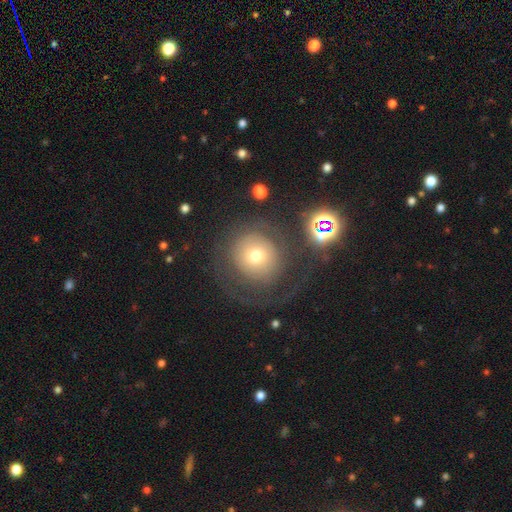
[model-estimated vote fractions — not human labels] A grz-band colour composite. It shows a smooth galaxy with no disk features (52%) that is round (91%). Merging: none (59%).